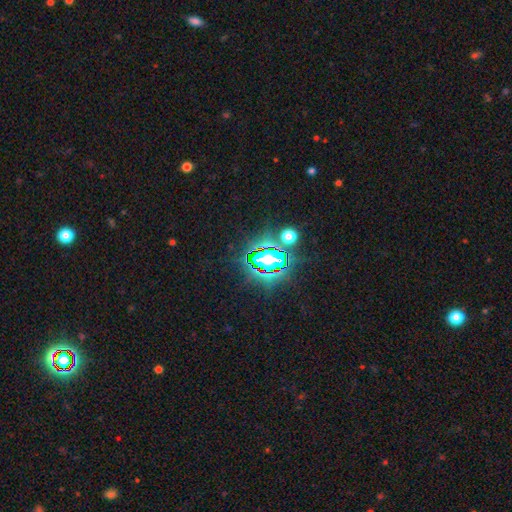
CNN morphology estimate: Smooth or featured?
  - star or artifact: 76% *
  - smooth: 14%
  - featured or disk: 10%